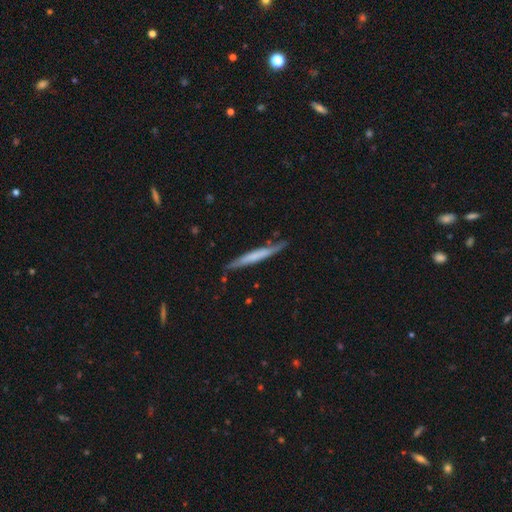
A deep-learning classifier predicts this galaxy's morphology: The model was most divided on "smooth or featured": smooth: 48%, featured or disk: 46%, star or artifact: 5%. More confident: merging — none (79%).